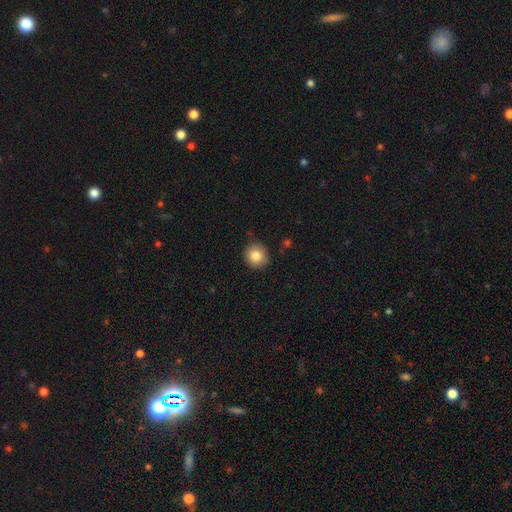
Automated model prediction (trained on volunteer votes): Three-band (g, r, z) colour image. It shows a smooth galaxy with no disk features (83%) that is round (91%). Merging: none (88%).